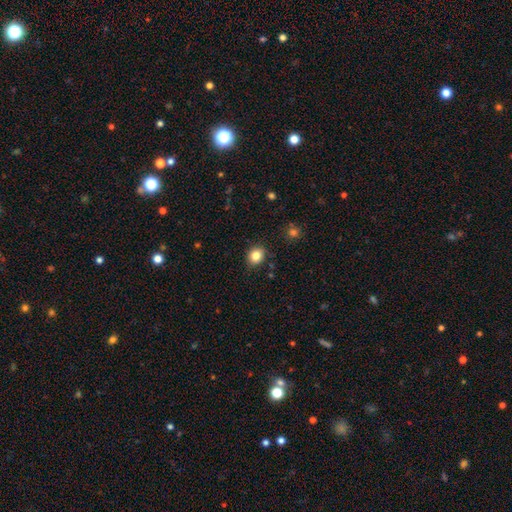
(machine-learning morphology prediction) Smooth or featured: smooth — 84% (star or artifact — 10%)
How rounded: round — 57% (in between — 43%)
Merging: none — 87% (minor disturbance — 9%)